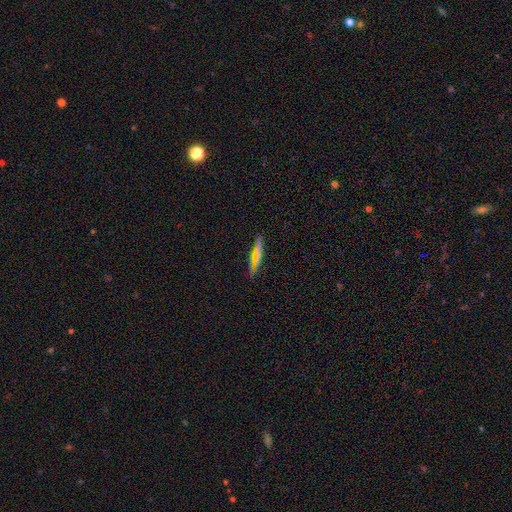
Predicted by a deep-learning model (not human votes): A smooth galaxy with no disk features (63%) that is cigar-shaped (74%). Merging: none (80%).